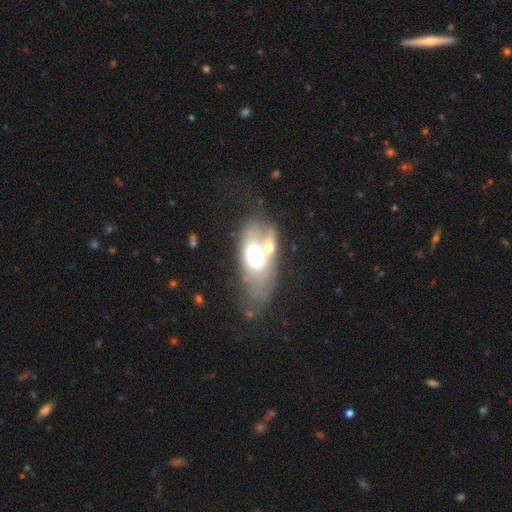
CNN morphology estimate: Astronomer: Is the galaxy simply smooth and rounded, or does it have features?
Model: smooth — 50% (runner-up: featured or disk, 40%).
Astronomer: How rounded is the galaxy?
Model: in between — 85%.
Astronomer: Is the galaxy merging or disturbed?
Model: merger — 43% (runner-up: none, 28%).